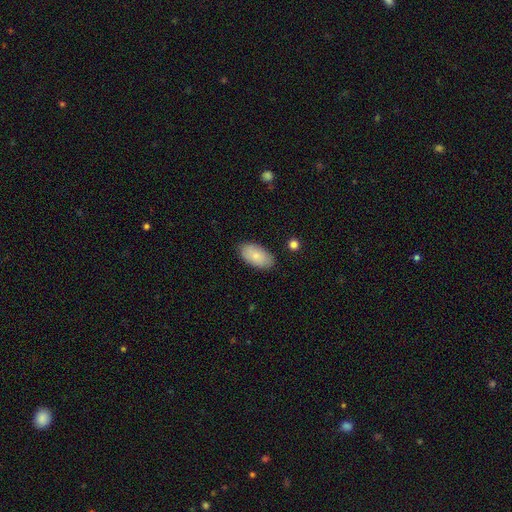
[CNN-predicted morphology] Q: Smooth or featured?
A: smooth (83%); runner-up: featured or disk (11%)
Q: How rounded?
A: in between (95%); runner-up: round (3%)
Q: Merging?
A: none (85%); runner-up: minor disturbance (11%)